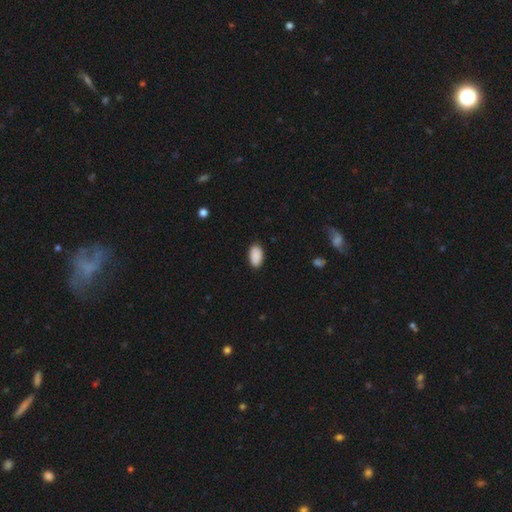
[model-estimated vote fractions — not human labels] smooth_or_featured: smooth (p=0.91) [alt: star or artifact p=0.07]
how_rounded: in between (p=0.95) [alt: round p=0.04]
merging: none (p=0.88) [alt: minor disturbance p=0.09]